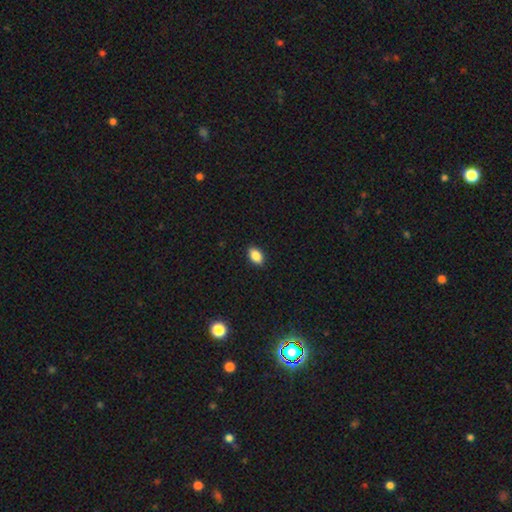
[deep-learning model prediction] A smooth galaxy with no disk features (87%) that is in between round and cigar-shaped (89%). Merging: none (90%).